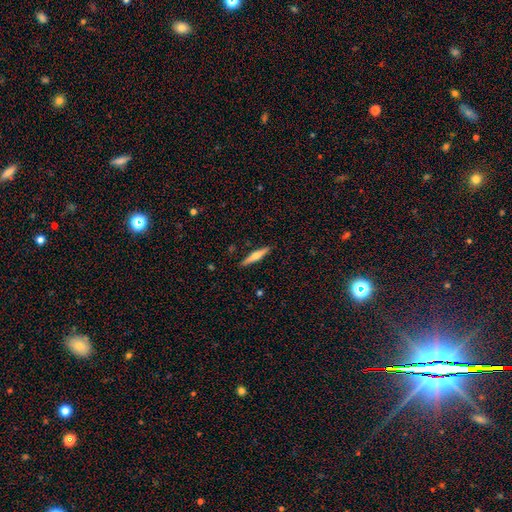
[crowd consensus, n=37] smooth_or_featured: featured or disk (p=0.76) [alt: smooth p=0.22]
disk_edge_on: yes (p=0.96) [alt: no p=0.04]
edge_on_bulge: rounded (p=0.89) [alt: boxy p=0.07]
merging: none (p=0.83) [alt: minor disturbance p=0.17]